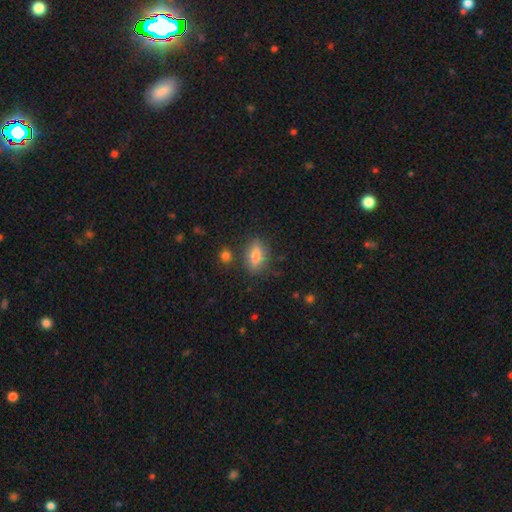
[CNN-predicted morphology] Overall: smooth (75%). How rounded: in between (82%). Merging: none (78%).